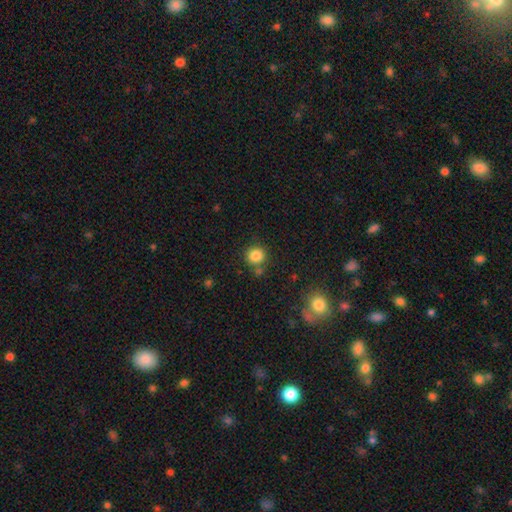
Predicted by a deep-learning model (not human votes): Q: Smooth or featured?
A: smooth (84%); runner-up: star or artifact (11%)
Q: How rounded?
A: round (91%); runner-up: in between (8%)
Q: Merging?
A: none (78%); runner-up: merger (10%)